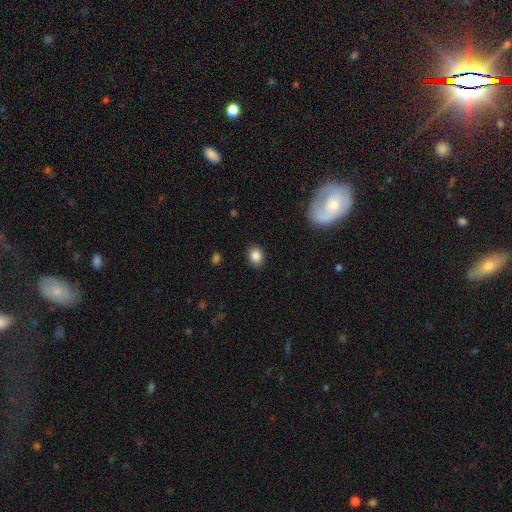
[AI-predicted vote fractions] Q: Smooth or featured?
A: smooth (86%); runner-up: star or artifact (9%)
Q: How rounded?
A: in between (53%); runner-up: round (46%)
Q: Merging?
A: none (89%); runner-up: minor disturbance (8%)